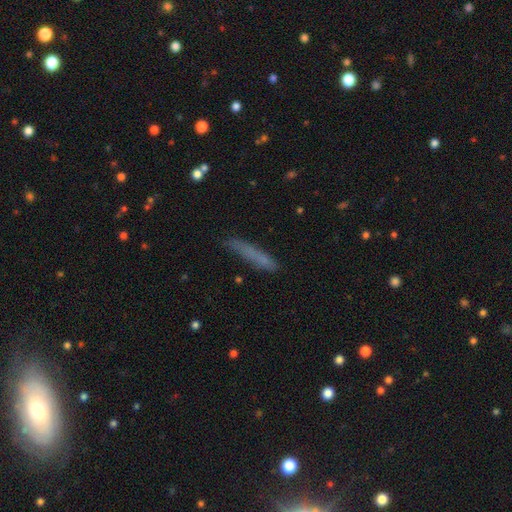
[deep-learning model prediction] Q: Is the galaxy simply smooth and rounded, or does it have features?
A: smooth — 71%.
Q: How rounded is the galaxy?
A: cigar-shaped — 93%.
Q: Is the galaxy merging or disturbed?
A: none — 78%.